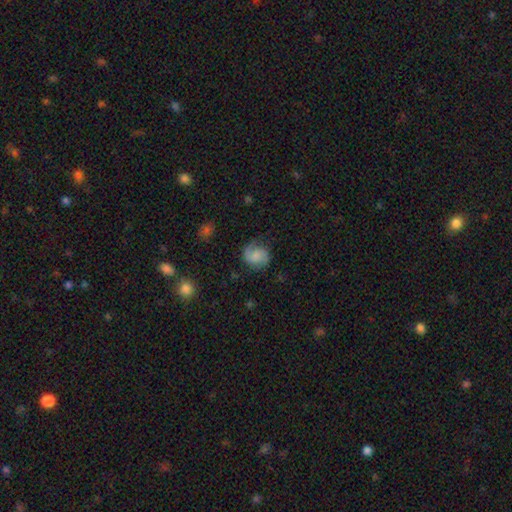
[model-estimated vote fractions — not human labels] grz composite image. It shows a featured or disk galaxy (54%) with no bar (59%), spiral arms (93%) and no central bulge (39%). Merging: none (70%).